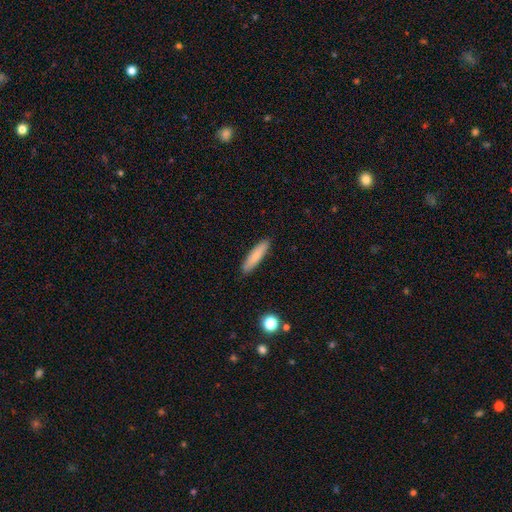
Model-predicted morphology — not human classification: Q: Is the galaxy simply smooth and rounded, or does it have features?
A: smooth — 80%.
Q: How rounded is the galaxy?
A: cigar-shaped — 82%.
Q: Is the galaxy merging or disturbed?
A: none — 89%.